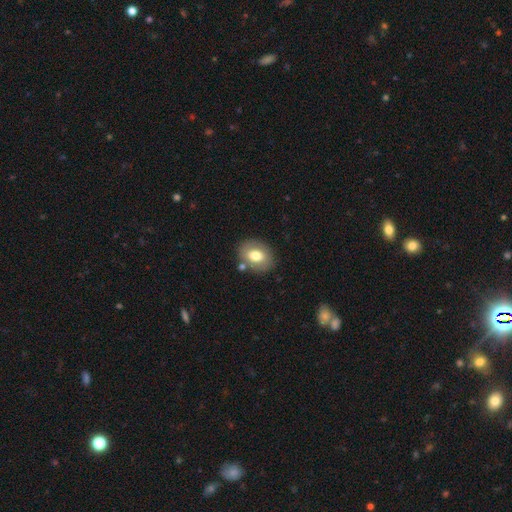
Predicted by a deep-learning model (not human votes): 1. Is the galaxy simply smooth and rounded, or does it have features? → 70% smooth, 22% featured or disk, 8% star or artifact.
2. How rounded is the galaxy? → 63% in between, 36% round, 1% cigar-shaped.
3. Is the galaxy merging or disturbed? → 78% none, 12% minor disturbance, 6% merger, 4% major disturbance.